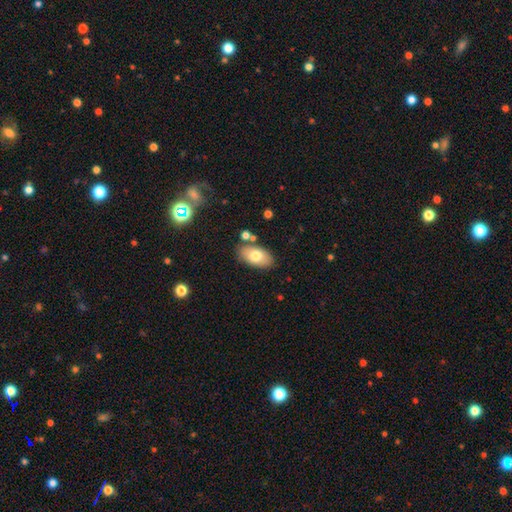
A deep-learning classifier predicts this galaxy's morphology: The model was most divided on "smooth or featured": smooth: 74%, featured or disk: 19%, star or artifact: 7%. More confident: how rounded — in between (93%); merging — none (78%).